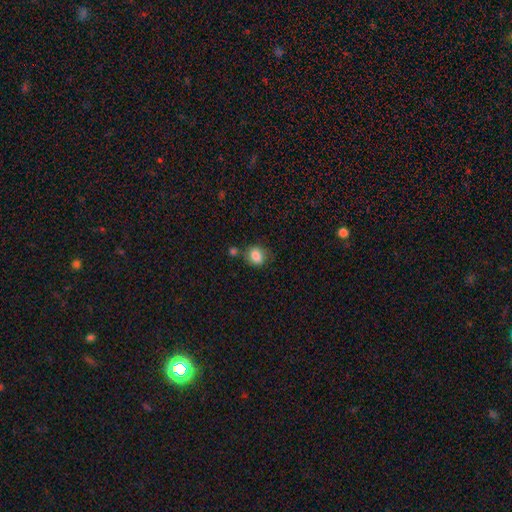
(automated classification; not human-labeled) The model was most divided on "how rounded": round: 56%, in between: 43%, cigar-shaped: 1%. More confident: smooth or featured — smooth (84%); merging — none (66%).